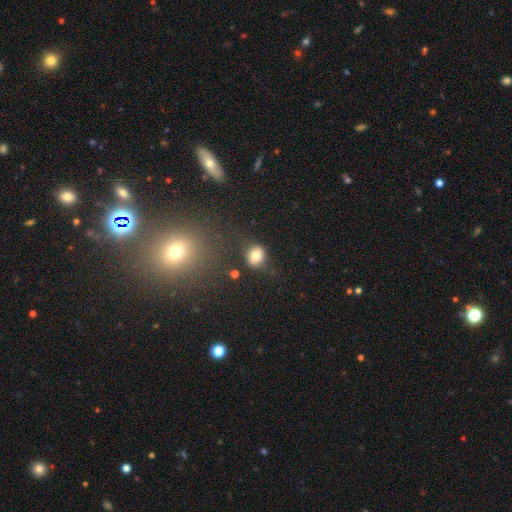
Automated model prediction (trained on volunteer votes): A smooth galaxy with no disk features (80%) that is round (67%).

Vote fractions:
- Smooth or featured? smooth: 80% / star or artifact: 11% / featured or disk: 10%
- How rounded? round: 67% / in between: 32% / cigar-shaped: 1%
- Merging? none: 75% / minor disturbance: 16% / major disturbance: 5% / merger: 5%